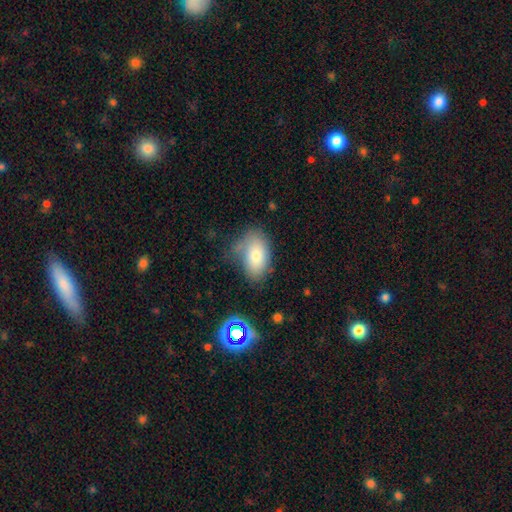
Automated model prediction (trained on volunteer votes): Morphology: type=smooth (73%); roundness=in between (90%); merging=none (58%).